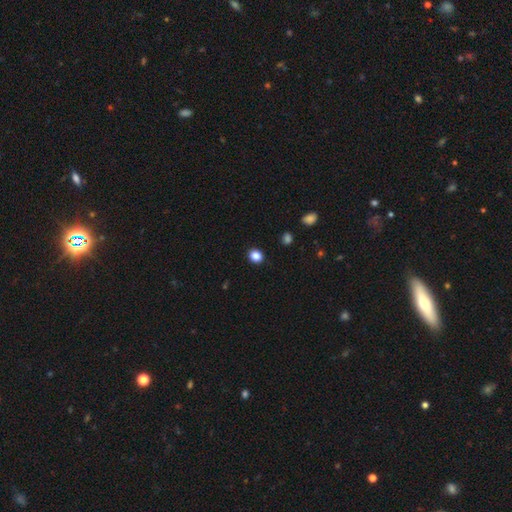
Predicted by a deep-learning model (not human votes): Smooth or featured?
  - smooth: 85% *
  - star or artifact: 11%
  - featured or disk: 4%
How rounded?
  - round: 67% *
  - in between: 32%
  - cigar-shaped: 1%
Merging?
  - none: 91% *
  - minor disturbance: 6%
  - major disturbance: 2%
  - merger: 1%